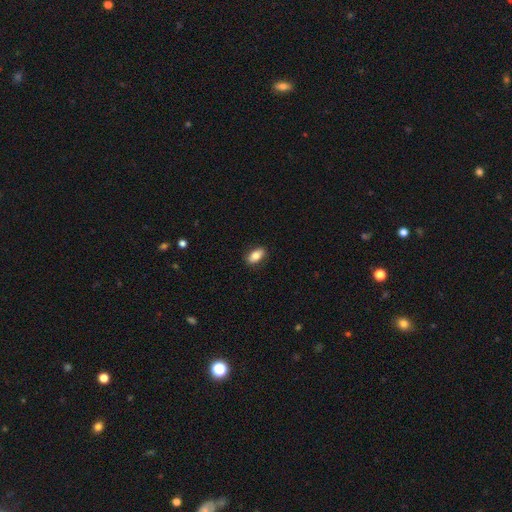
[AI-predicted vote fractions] A smooth galaxy with no disk features (79%) that is in between round and cigar-shaped (89%). Merging: none (86%).